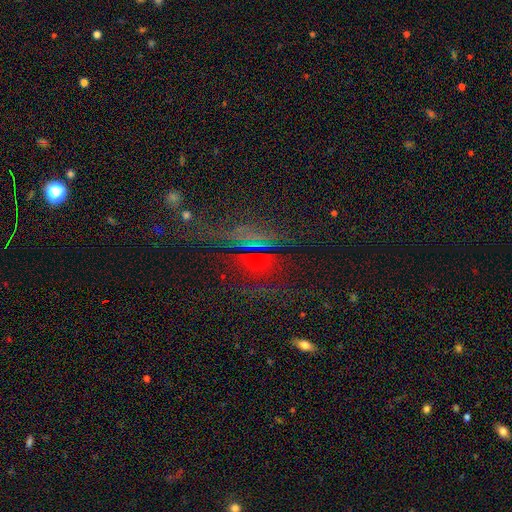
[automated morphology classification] smooth_or_featured: star or artifact (p=0.61) [alt: smooth p=0.24]